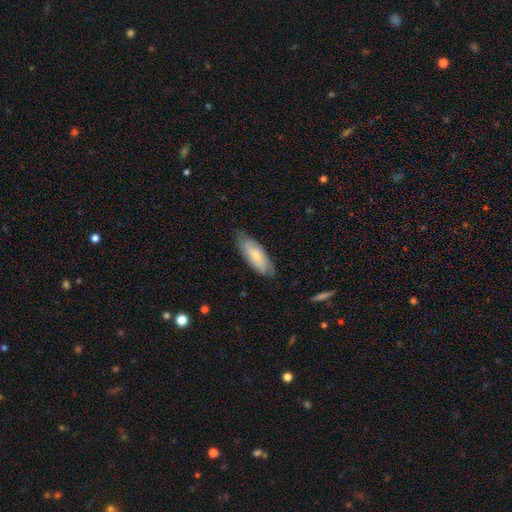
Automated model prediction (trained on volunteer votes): This appears to be a smooth galaxy with no disk features (57%) that is in between round and cigar-shaped (70%). Merging: none (75%).